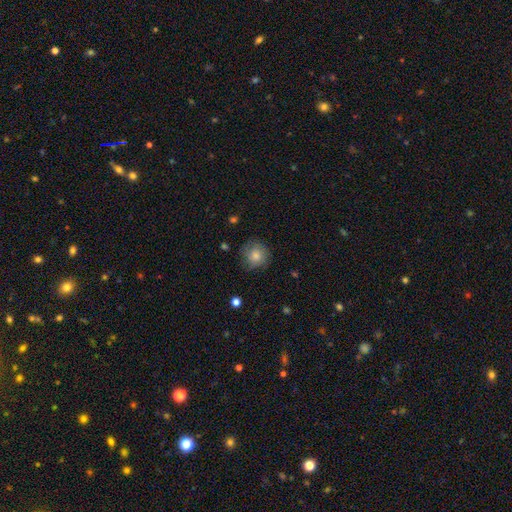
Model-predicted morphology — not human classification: A smooth galaxy with no disk features (76%) that is round (90%).

Vote fractions:
- Smooth or featured? smooth: 76% / featured or disk: 15% / star or artifact: 8%
- How rounded? round: 90% / in between: 9% / cigar-shaped: 1%
- Merging? none: 75% / minor disturbance: 18% / major disturbance: 5% / merger: 1%